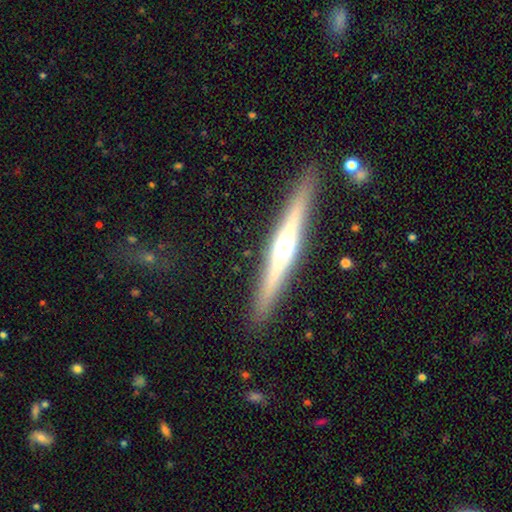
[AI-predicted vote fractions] featured or disk 76%, smooth 18%, star or artifact 6%. Down the decision tree: edge-on disk — yes (98%); edge-on bulge — rounded (88%); merging — none (89%).